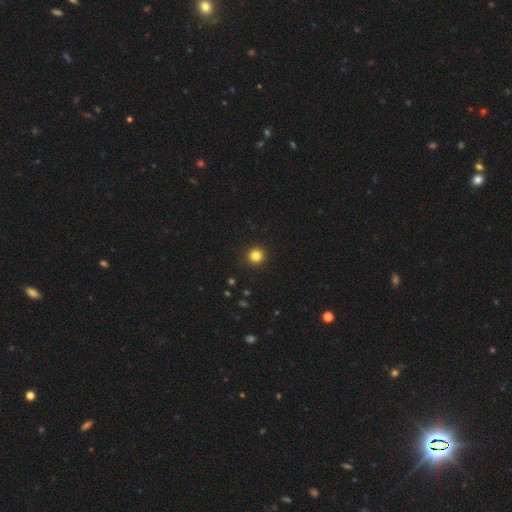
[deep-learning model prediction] A smooth galaxy with no disk features (84%) that is round (95%).

Vote fractions:
- Smooth or featured? smooth: 84% / star or artifact: 12% / featured or disk: 4%
- How rounded? round: 95% / in between: 4% / cigar-shaped: 1%
- Merging? none: 93% / minor disturbance: 4% / major disturbance: 2% / merger: 1%